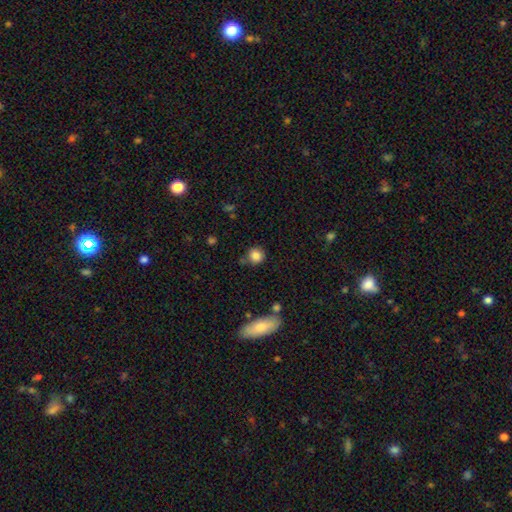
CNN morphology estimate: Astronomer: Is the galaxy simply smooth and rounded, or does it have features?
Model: smooth — 85%.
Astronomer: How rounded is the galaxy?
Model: round — 85%.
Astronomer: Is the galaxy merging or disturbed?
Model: none — 72%.